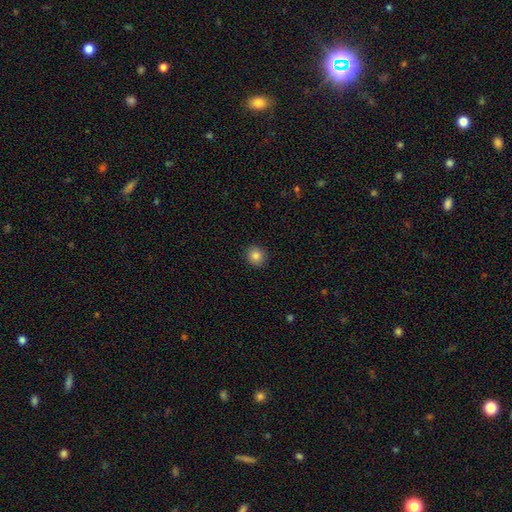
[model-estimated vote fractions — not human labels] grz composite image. It shows a smooth galaxy with no disk features (84%) that is round (87%). Merging: none (91%).